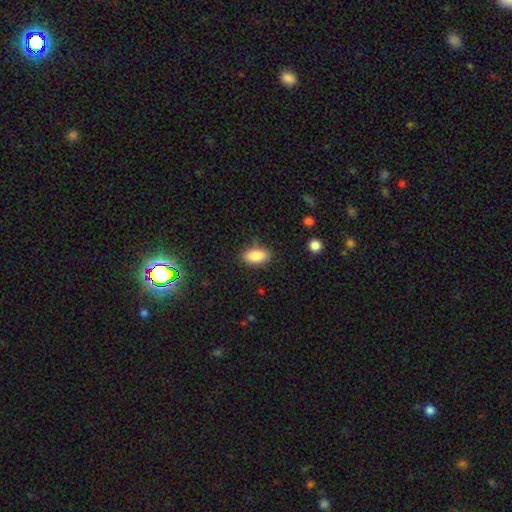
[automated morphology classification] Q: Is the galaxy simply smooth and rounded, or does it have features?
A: smooth — 86%.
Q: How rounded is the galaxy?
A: in between — 90%.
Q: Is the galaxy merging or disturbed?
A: none — 82%.